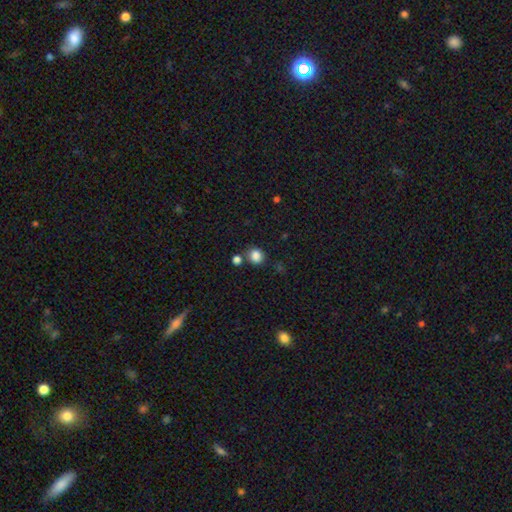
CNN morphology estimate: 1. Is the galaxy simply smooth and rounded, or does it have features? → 85% smooth, 11% star or artifact, 4% featured or disk.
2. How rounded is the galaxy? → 79% round, 20% in between, 1% cigar-shaped.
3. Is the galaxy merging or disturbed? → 72% none, 13% merger, 11% minor disturbance, 4% major disturbance.